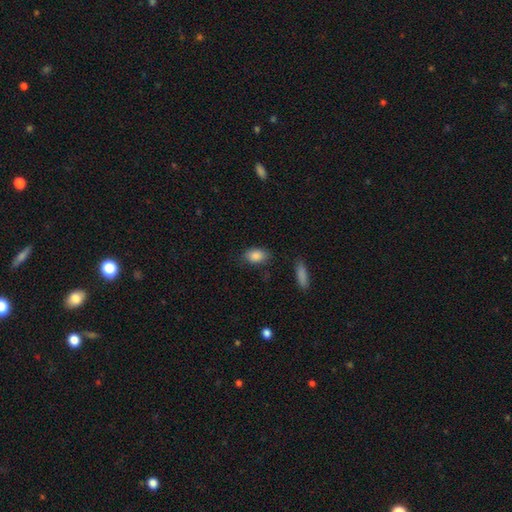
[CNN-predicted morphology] smooth_or_featured: smooth (p=0.87) [alt: star or artifact p=0.08]
how_rounded: in between (p=0.85) [alt: round p=0.13]
merging: none (p=0.79) [alt: minor disturbance p=0.15]